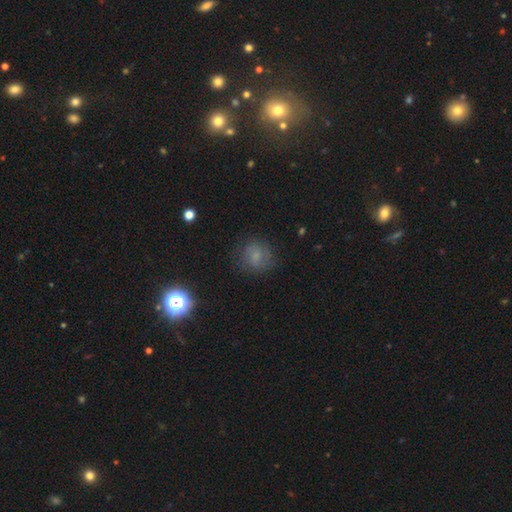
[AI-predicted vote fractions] Smooth or featured? smooth (64%)
How rounded? round (83%)
Merging? none (73%)